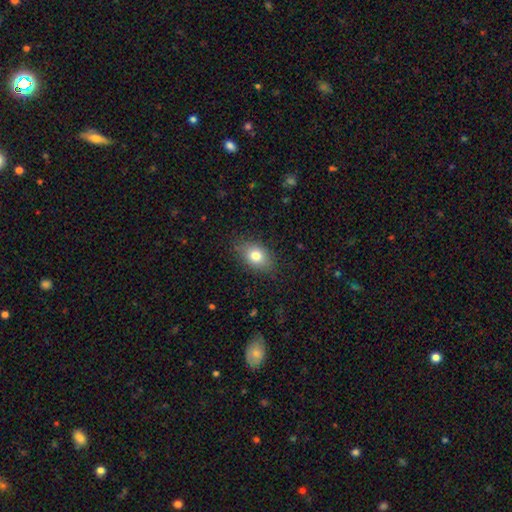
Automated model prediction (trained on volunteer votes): Smooth or featured: smooth — 78% (featured or disk — 12%)
How rounded: in between — 78% (round — 21%)
Merging: none — 82% (minor disturbance — 13%)